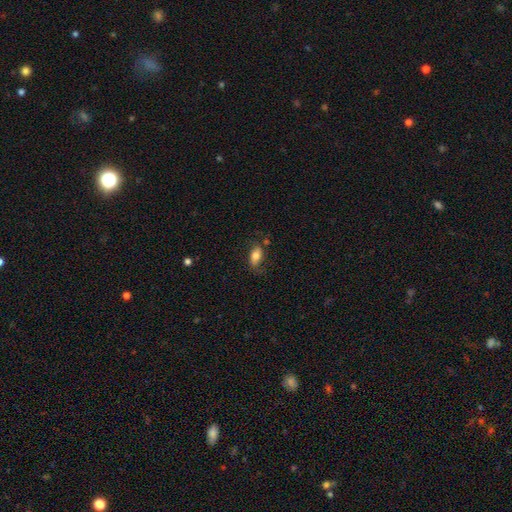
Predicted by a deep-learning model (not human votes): smooth 71%, featured or disk 21%, star or artifact 8%. Down the decision tree: how rounded — in between (87%); merging — none (62%).